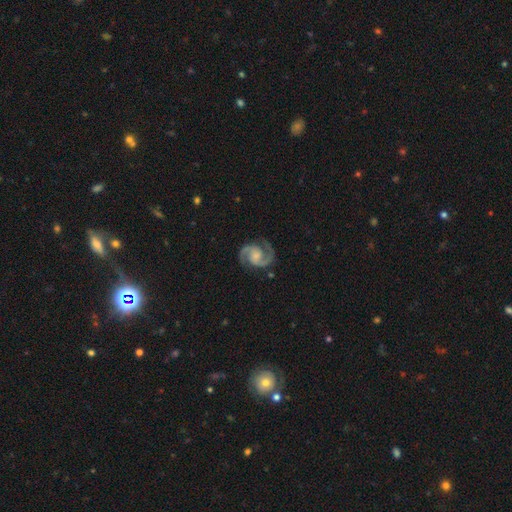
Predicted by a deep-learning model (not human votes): featured or disk 92%, star or artifact 4%, smooth 4%. Down the decision tree: edge-on disk — no (98%); bar — no (55%); spiral arms — yes (98%); spiral arm count — 2 (94%); spiral winding — medium (65%); bulge size — small (34%); merging — none (83%).